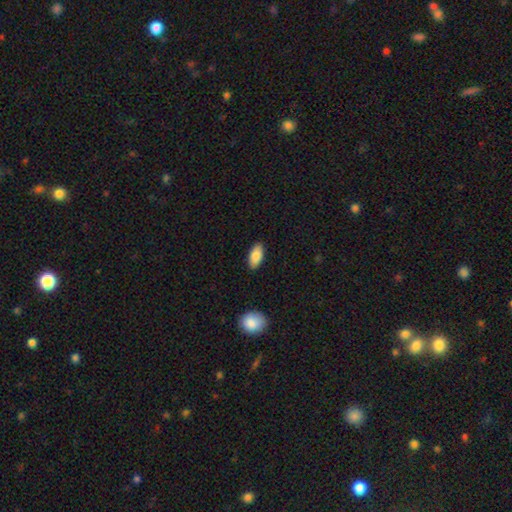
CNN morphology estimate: A smooth galaxy with no disk features (85%) that is in between round and cigar-shaped (91%).

Vote fractions:
- Smooth or featured? smooth: 85% / featured or disk: 9% / star or artifact: 6%
- How rounded? in between: 91% / cigar-shaped: 7% / round: 2%
- Merging? none: 88% / minor disturbance: 9% / major disturbance: 2% / merger: 1%